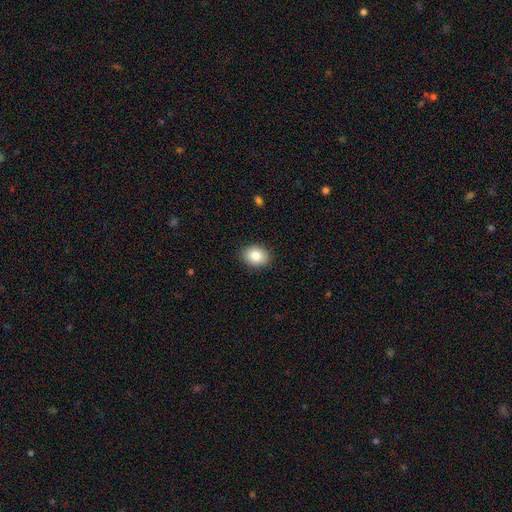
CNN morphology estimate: smooth 85%, star or artifact 8%, featured or disk 7%. Down the decision tree: how rounded — in between (62%); merging — none (89%).